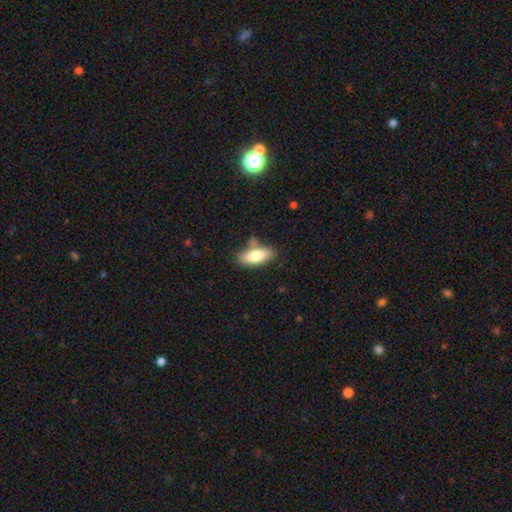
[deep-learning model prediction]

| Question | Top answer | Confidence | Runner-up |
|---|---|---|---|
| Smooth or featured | smooth | 76% | featured or disk (18%) |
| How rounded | in between | 80% | cigar-shaped (17%) |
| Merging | none | 69% | minor disturbance (18%) |